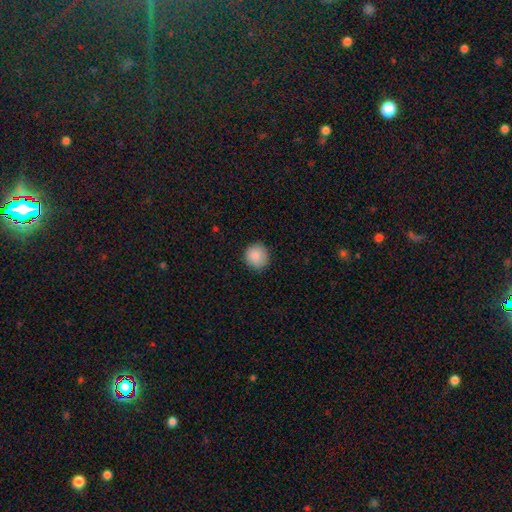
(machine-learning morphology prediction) This appears to be a smooth galaxy with no disk features (89%) that is round (92%). Merging: none (88%).